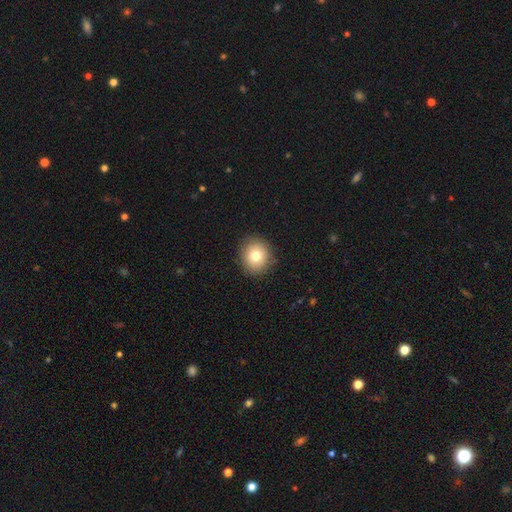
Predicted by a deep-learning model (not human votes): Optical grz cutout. It shows a smooth galaxy with no disk features (76%) that is round (82%). Merging: none (89%).